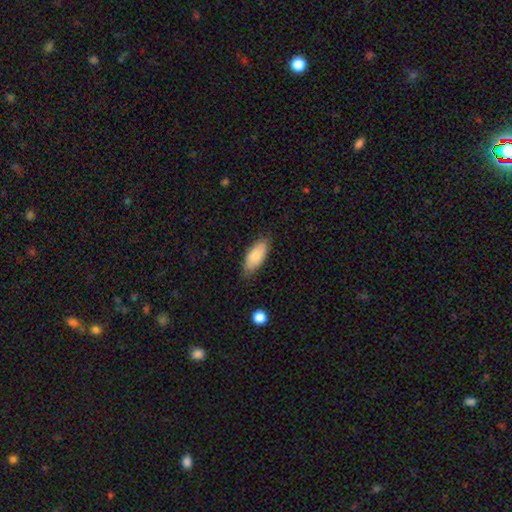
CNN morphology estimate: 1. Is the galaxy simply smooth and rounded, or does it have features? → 82% smooth, 12% featured or disk, 6% star or artifact.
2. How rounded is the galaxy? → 86% in between, 12% cigar-shaped, 2% round.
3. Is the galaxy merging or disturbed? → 78% none, 18% minor disturbance, 3% major disturbance, 1% merger.